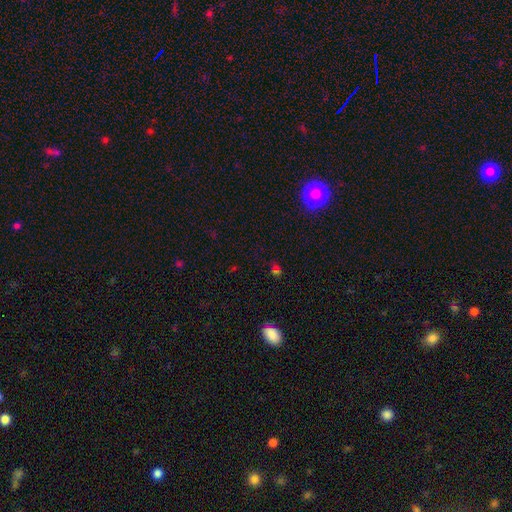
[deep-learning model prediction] A star or artifact, not a galaxy (53%).